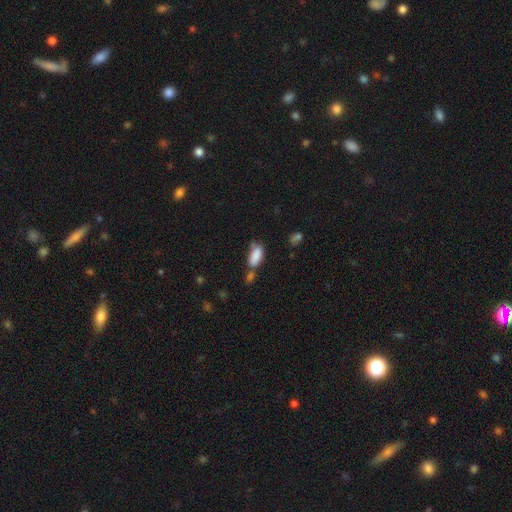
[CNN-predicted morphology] Overall: smooth (84%). How rounded: in between (88%). Merging: none (41%; merger 31%).